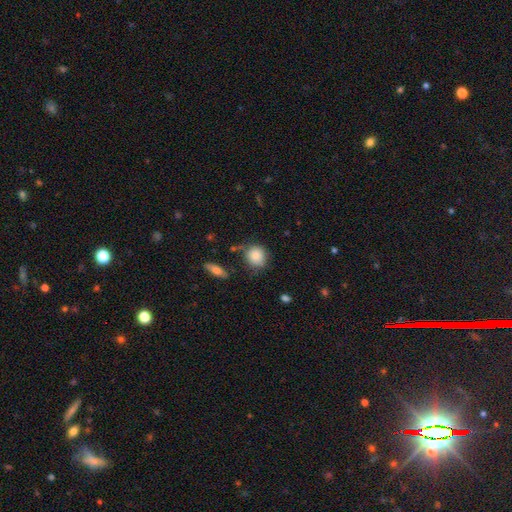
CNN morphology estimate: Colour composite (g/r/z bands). It shows a smooth galaxy with no disk features (85%) that is round (82%). Merging: none (65%).